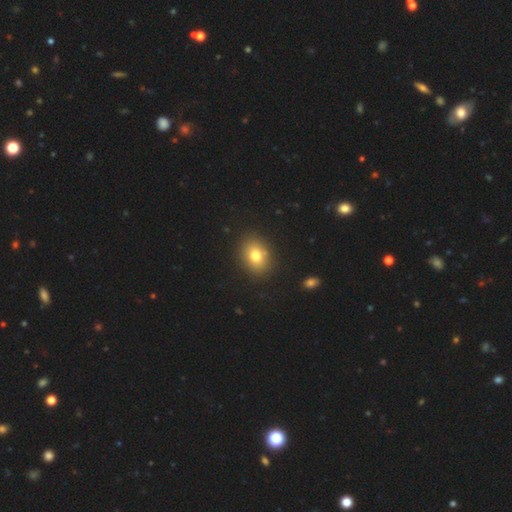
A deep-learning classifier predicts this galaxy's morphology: A smooth galaxy with no disk features (77%) that is in between round and cigar-shaped (61%). Merging: none (86%).